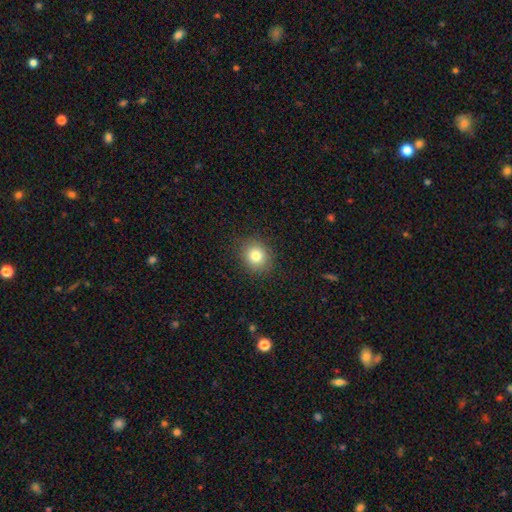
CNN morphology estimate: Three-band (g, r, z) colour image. It shows a smooth galaxy with no disk features (81%) that is round (78%). Merging: none (88%).